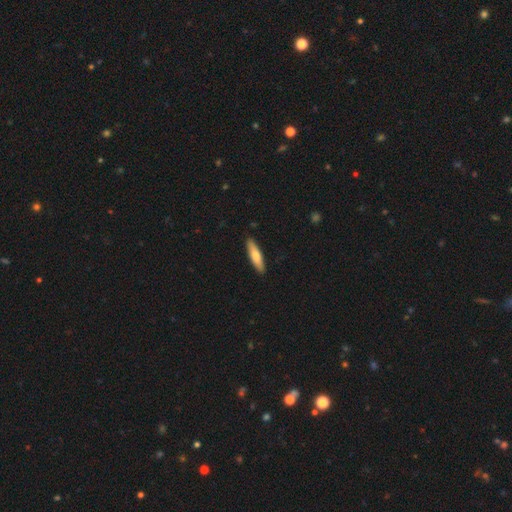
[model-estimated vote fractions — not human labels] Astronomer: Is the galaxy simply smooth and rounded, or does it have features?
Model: smooth — 74%.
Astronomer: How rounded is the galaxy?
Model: cigar-shaped — 74%.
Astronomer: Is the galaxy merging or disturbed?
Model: none — 90%.